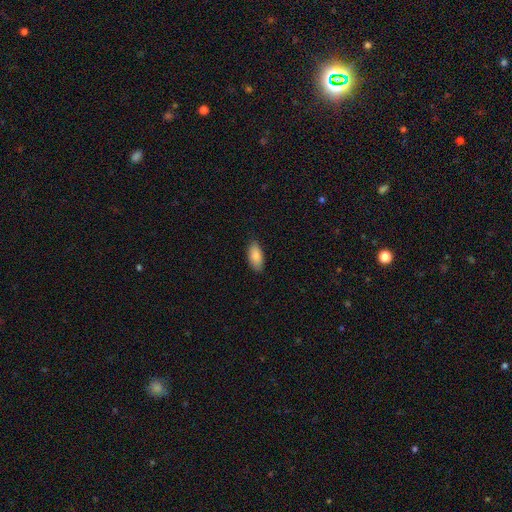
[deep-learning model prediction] A smooth galaxy with no disk features (86%) that is in between round and cigar-shaped (90%). Merging: none (86%).